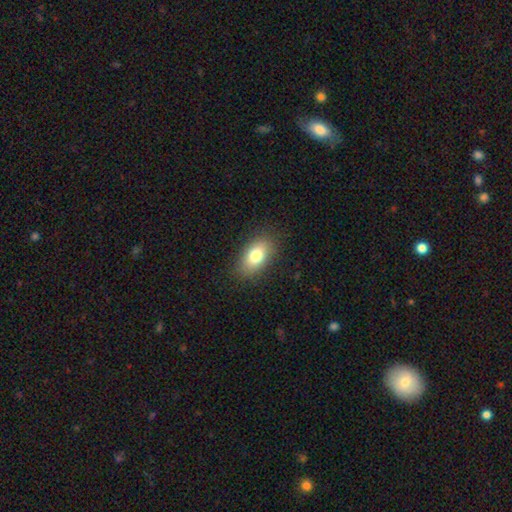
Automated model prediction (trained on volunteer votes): smooth-or-featured: smooth: 79% | featured or disk: 13% | star or artifact: 8%
  how-rounded: in between: 90% | round: 7% | cigar-shaped: 3%
  merging: none: 86% | minor disturbance: 10% | major disturbance: 3% | merger: 1%